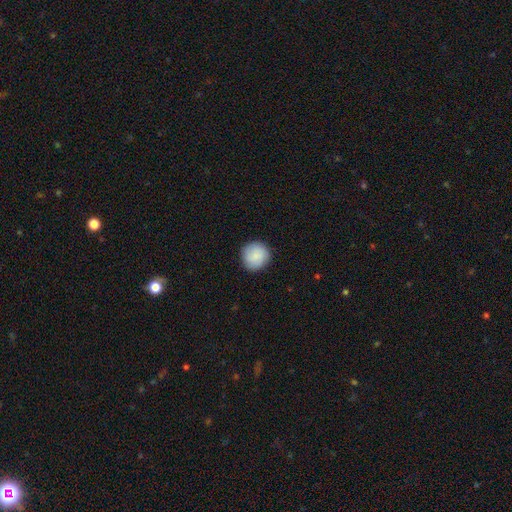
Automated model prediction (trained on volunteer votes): smooth-or-featured: smooth: 87% | featured or disk: 7% | star or artifact: 6%
  how-rounded: round: 94% | in between: 5% | cigar-shaped: 1%
  merging: none: 88% | minor disturbance: 9% | major disturbance: 2% | merger: 1%